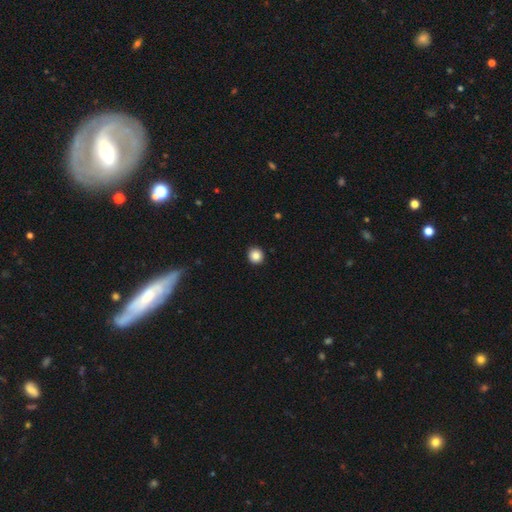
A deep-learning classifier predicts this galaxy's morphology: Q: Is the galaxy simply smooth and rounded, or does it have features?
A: smooth — 86%.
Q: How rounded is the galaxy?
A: round — 93%.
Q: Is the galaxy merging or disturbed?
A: none — 93%.